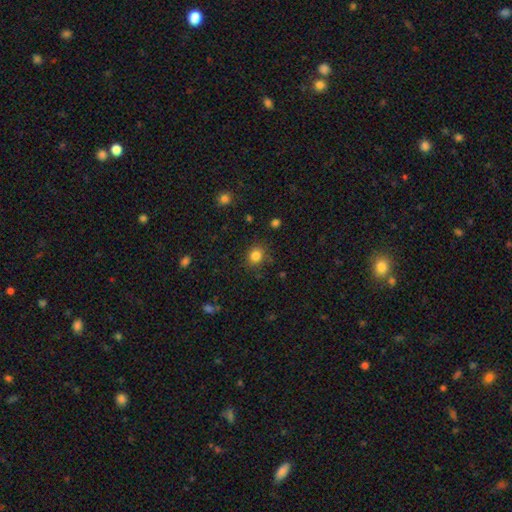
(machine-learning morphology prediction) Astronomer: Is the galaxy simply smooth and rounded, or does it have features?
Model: smooth — 83%.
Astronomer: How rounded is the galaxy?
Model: round — 67%.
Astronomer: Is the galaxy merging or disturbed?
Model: none — 82%.